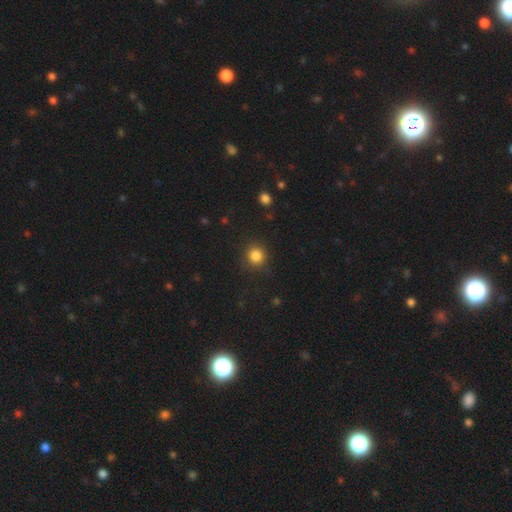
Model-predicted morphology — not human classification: Smooth or featured: smooth — 84% (star or artifact — 11%)
How rounded: round — 90% (in between — 10%)
Merging: none — 86% (minor disturbance — 10%)